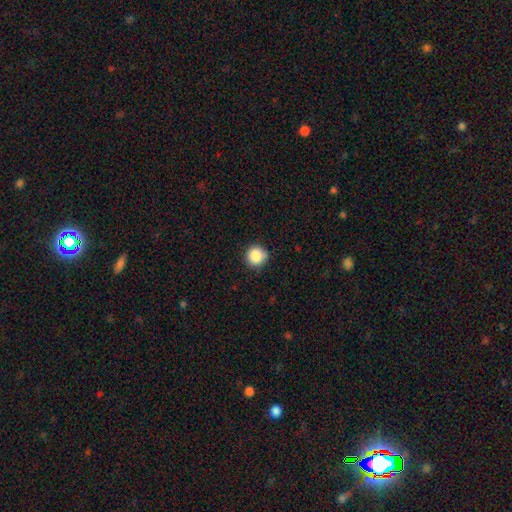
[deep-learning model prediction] A smooth galaxy with no disk features (87%) that is round (94%). Merging: none (86%).